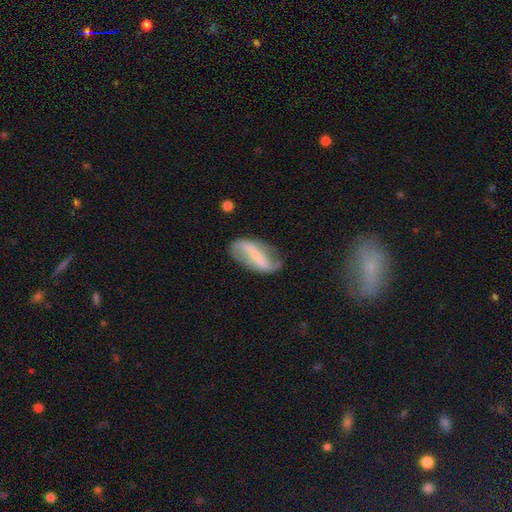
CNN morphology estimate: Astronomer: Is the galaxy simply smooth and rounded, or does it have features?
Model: featured or disk — 67%.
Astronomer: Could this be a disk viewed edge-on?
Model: no — 93%.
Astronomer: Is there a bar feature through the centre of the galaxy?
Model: strong — 62%.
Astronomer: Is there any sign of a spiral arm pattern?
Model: yes — 79%.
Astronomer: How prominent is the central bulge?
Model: none — 49% (runner-up: small, 32%).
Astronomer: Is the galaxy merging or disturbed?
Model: none — 63%.